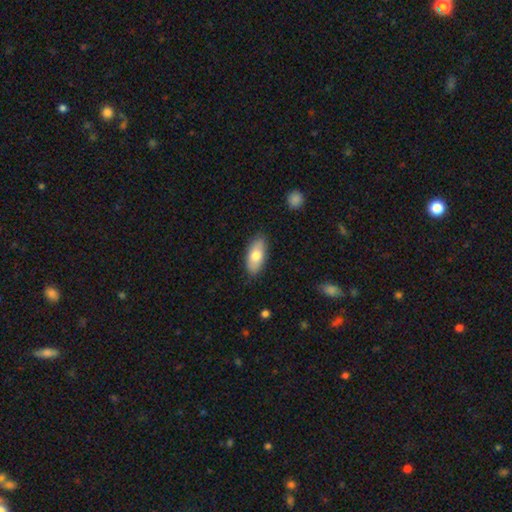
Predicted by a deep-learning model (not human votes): Smooth or featured? smooth (75%)
How rounded? in between (87%)
Merging? none (85%)